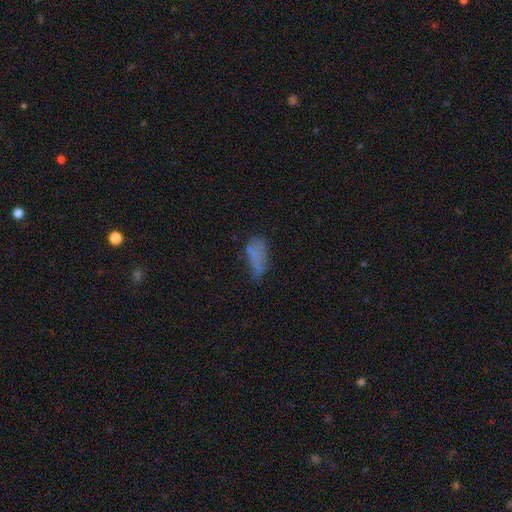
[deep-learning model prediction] Q: Smooth or featured?
A: smooth (58%); runner-up: featured or disk (27%)
Q: How rounded?
A: in between (78%); runner-up: cigar-shaped (18%)
Q: Merging?
A: none (41%); runner-up: minor disturbance (27%)